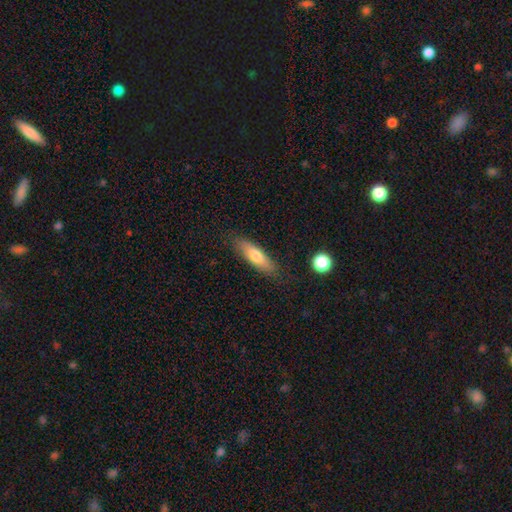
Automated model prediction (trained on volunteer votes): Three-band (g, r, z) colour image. It shows a smooth galaxy with no disk features (71%) that is cigar-shaped (59%). Merging: none (82%).